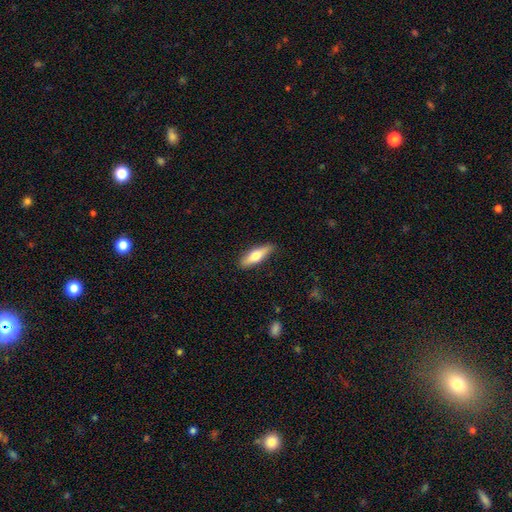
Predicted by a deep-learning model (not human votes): smooth_or_featured: smooth (p=0.59) [alt: featured or disk p=0.35]
how_rounded: cigar-shaped (p=0.59) [alt: in between p=0.38]
merging: none (p=0.87) [alt: minor disturbance p=0.10]